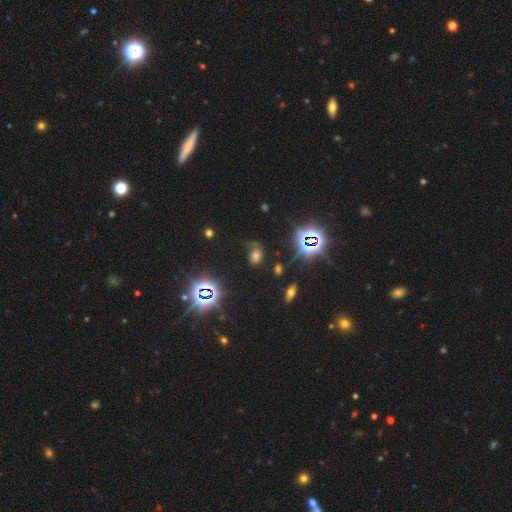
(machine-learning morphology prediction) Q: Smooth or featured?
A: smooth (43%); runner-up: star or artifact (39%)
Q: Merging?
A: none (46%); runner-up: major disturbance (25%)